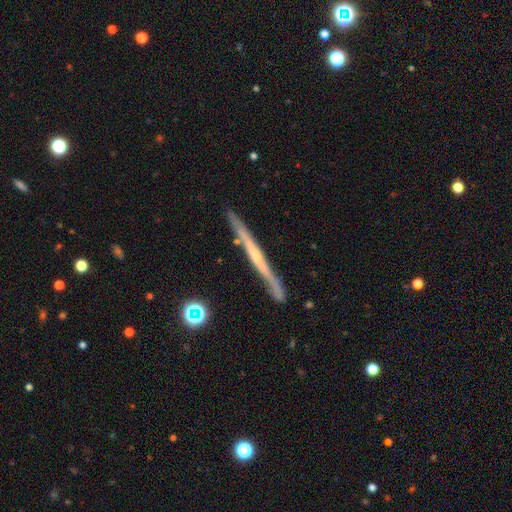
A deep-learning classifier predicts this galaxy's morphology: smooth-or-featured: featured or disk: 75% | smooth: 19% | star or artifact: 6%
  disk-edge-on: yes: 96% | no: 4%
    edge-on-bulge: none: 56% | rounded: 37% | boxy: 7%
  merging: none: 84% | minor disturbance: 12% | merger: 2% | major disturbance: 2%